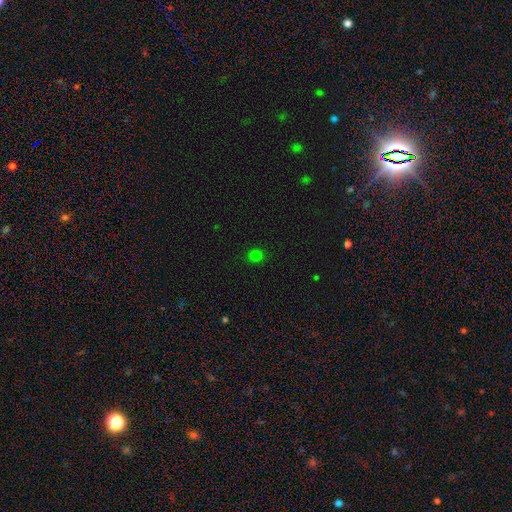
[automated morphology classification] type=smooth (79%); roundness=round (86%); merging=none (91%).